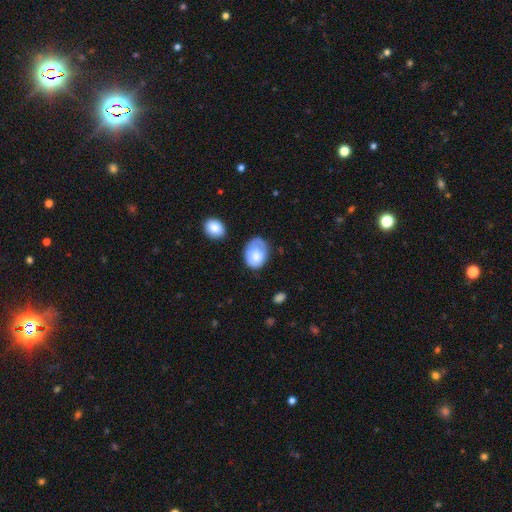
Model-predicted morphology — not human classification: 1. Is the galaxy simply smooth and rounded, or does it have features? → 69% smooth, 24% featured or disk, 7% star or artifact.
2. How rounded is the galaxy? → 71% in between, 28% round, 1% cigar-shaped.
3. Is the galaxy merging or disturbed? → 51% none, 32% minor disturbance, 13% major disturbance, 4% merger.